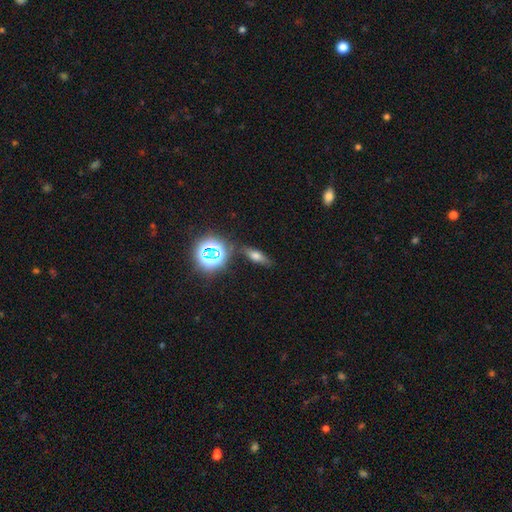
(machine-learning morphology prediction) The model was most divided on "how rounded": in between: 53%, cigar-shaped: 36%, round: 11%. More confident: merging — none (79%); smooth or featured — smooth (54%).